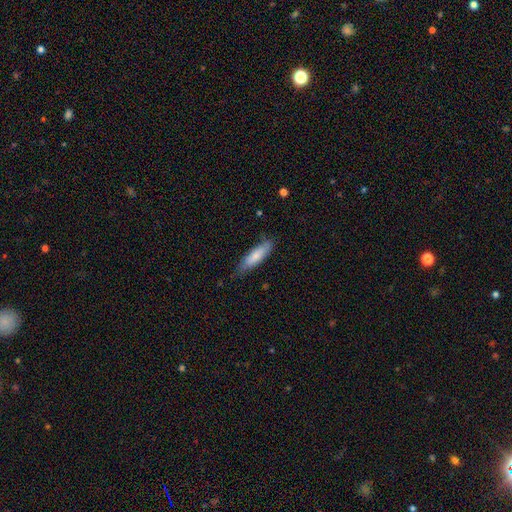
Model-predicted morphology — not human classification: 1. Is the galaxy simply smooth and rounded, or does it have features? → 77% smooth, 18% featured or disk, 5% star or artifact.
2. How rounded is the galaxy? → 56% cigar-shaped, 42% in between, 1% round.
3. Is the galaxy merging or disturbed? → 73% none, 21% minor disturbance, 4% major disturbance, 1% merger.